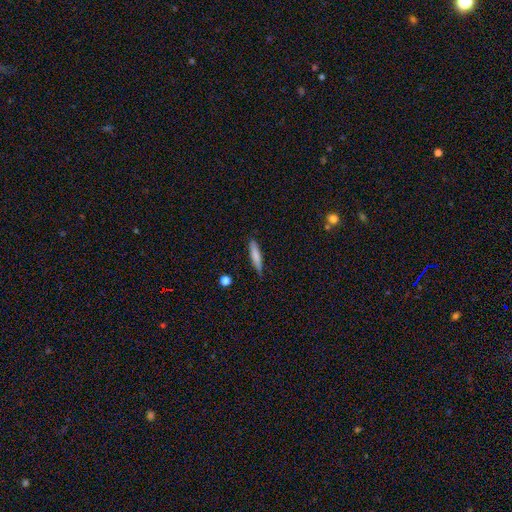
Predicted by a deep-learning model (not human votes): Smooth or featured? Predicted: smooth (p=0.77). How rounded? Predicted: cigar-shaped (p=0.85). Merging? Predicted: none (p=0.82).